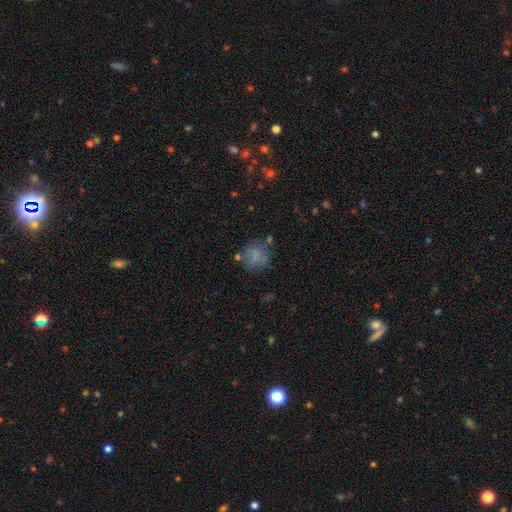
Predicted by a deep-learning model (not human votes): Smooth or featured? smooth (70%)
How rounded? round (77%)
Merging? none (60%)